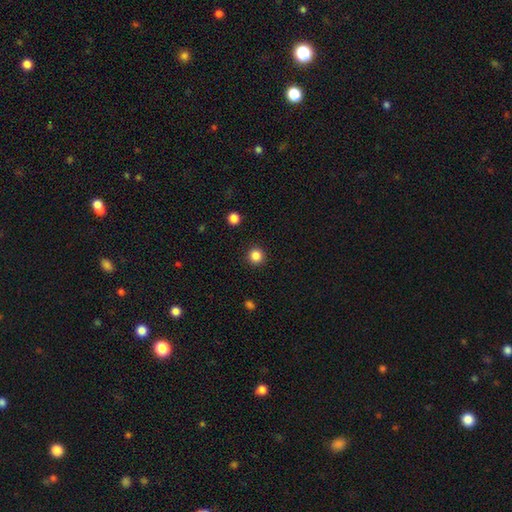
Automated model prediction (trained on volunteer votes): smooth-or-featured: smooth: 84% | star or artifact: 12% | featured or disk: 4%
  how-rounded: round: 95% | in between: 4% | cigar-shaped: 1%
  merging: none: 92% | minor disturbance: 5% | major disturbance: 2% | merger: 1%